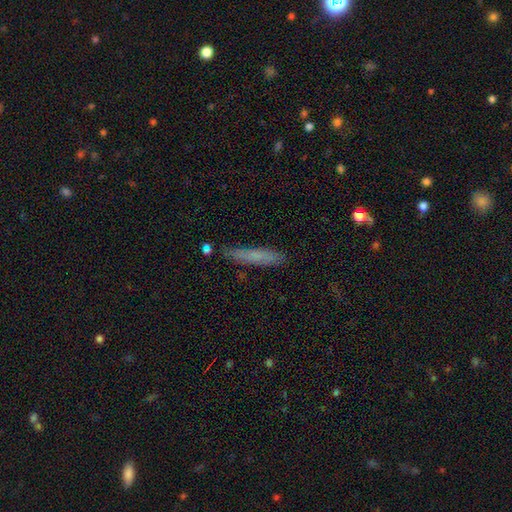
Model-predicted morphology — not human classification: smooth 68%, featured or disk 23%, star or artifact 8%. Down the decision tree: how rounded — cigar-shaped (93%); merging — none (80%).